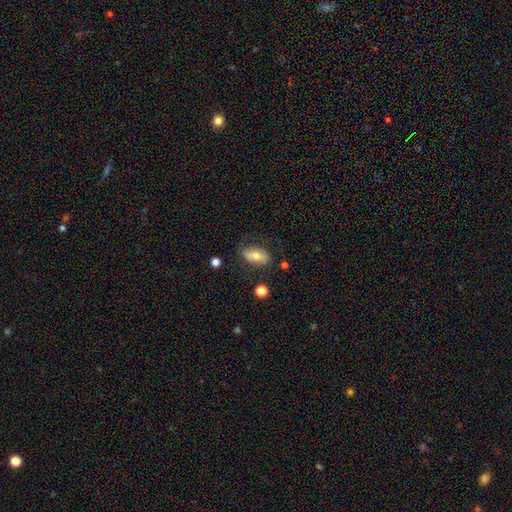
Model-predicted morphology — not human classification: Smooth or featured? Predicted: smooth (p=0.61). How rounded? Predicted: in between (p=0.88). Merging? Predicted: none (p=0.68).